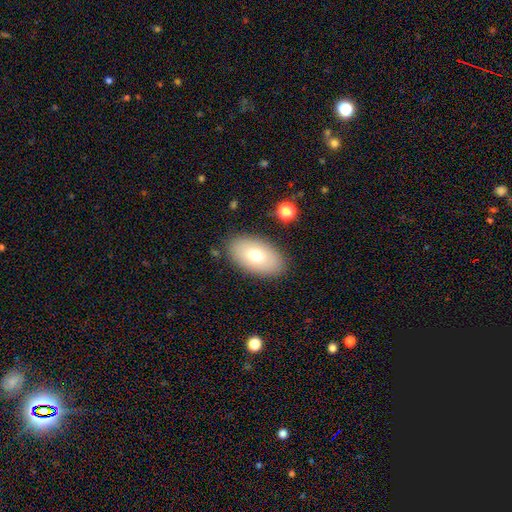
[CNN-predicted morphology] Smooth or featured? smooth (71%)
How rounded? in between (93%)
Merging? none (85%)